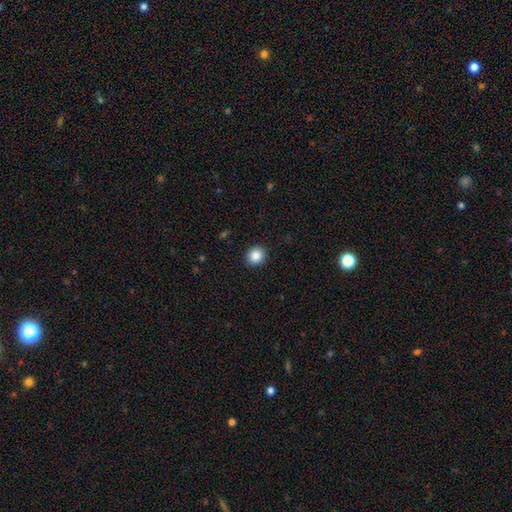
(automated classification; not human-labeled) smooth-or-featured: smooth: 87% | star or artifact: 9% | featured or disk: 4%
  how-rounded: round: 80% | in between: 19% | cigar-shaped: 1%
  merging: none: 91% | minor disturbance: 6% | major disturbance: 2% | merger: 1%